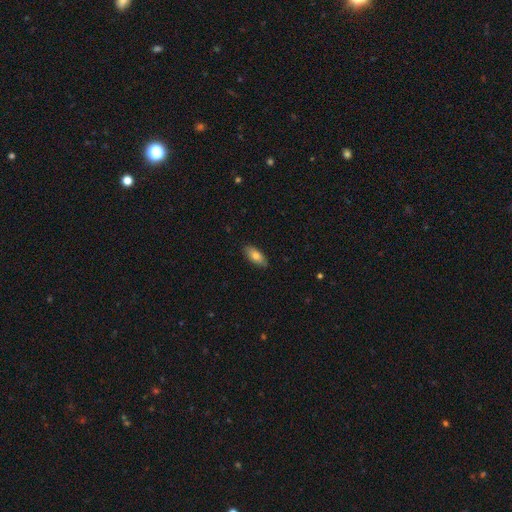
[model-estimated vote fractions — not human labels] A smooth galaxy with no disk features (78%) that is in between round and cigar-shaped (84%). Merging: none (87%).